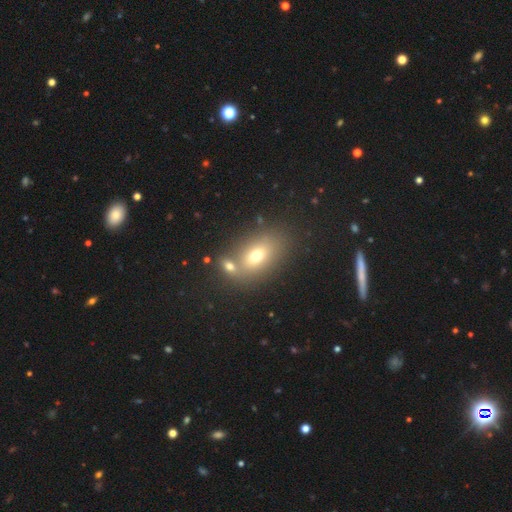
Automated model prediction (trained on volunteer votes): Overall: smooth (67%). How rounded: in between (78%). Merging: none (57%; merger 28%).